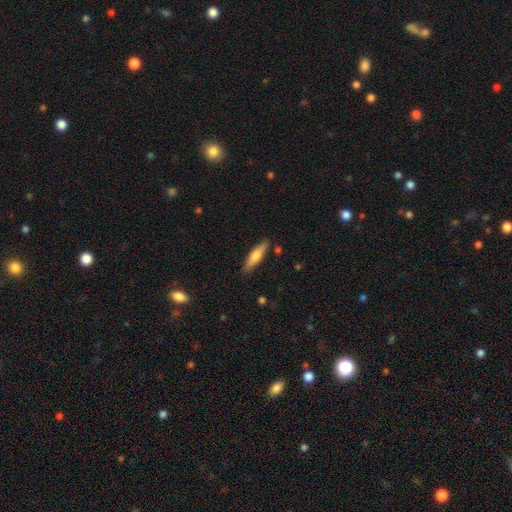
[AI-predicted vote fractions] Q: Smooth or featured?
A: smooth (62%); runner-up: featured or disk (32%)
Q: How rounded?
A: cigar-shaped (74%); runner-up: in between (24%)
Q: Merging?
A: none (86%); runner-up: minor disturbance (10%)